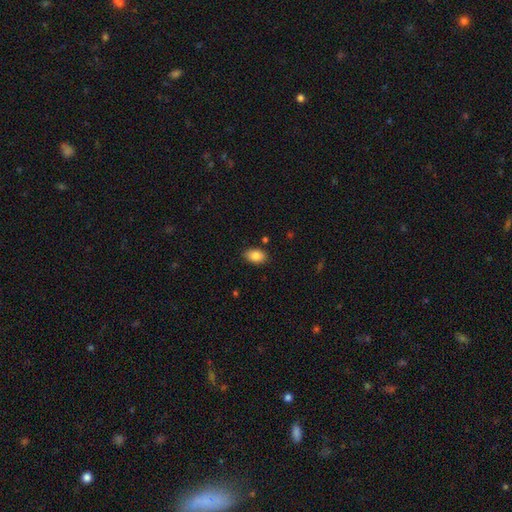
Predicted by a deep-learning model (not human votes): Q: Smooth or featured?
A: smooth (86%); runner-up: star or artifact (8%)
Q: How rounded?
A: in between (87%); runner-up: round (12%)
Q: Merging?
A: none (83%); runner-up: minor disturbance (12%)